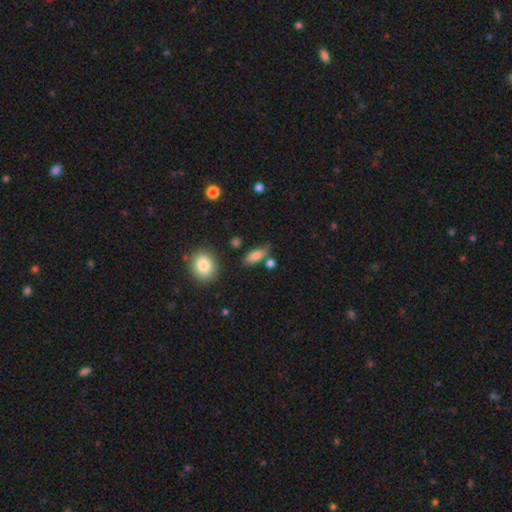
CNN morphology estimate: Q: Smooth or featured?
A: smooth (78%); runner-up: featured or disk (13%)
Q: How rounded?
A: in between (72%); runner-up: cigar-shaped (23%)
Q: Merging?
A: none (70%); runner-up: minor disturbance (17%)